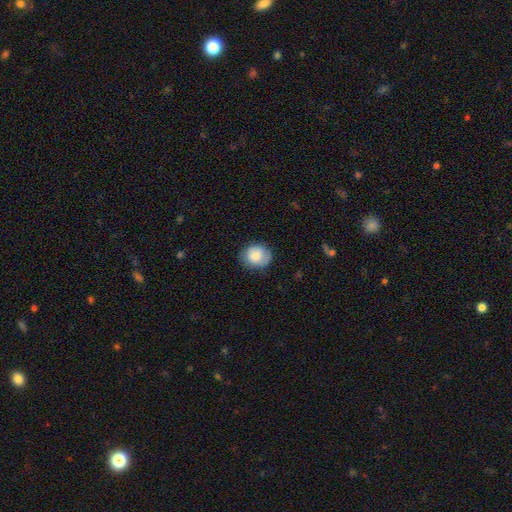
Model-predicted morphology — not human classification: Q: Smooth or featured?
A: smooth (81%); runner-up: featured or disk (12%)
Q: How rounded?
A: round (71%); runner-up: in between (28%)
Q: Merging?
A: none (75%); runner-up: minor disturbance (19%)